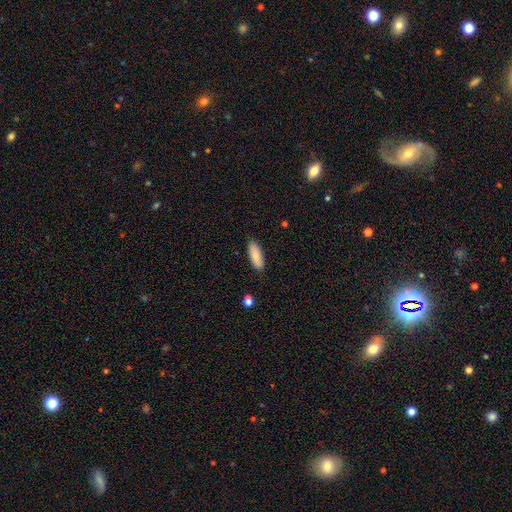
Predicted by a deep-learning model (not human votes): A smooth galaxy with no disk features (82%) that is in between round and cigar-shaped (72%).

Vote fractions:
- Smooth or featured? smooth: 82% / featured or disk: 11% / star or artifact: 6%
- How rounded? in between: 72% / cigar-shaped: 26% / round: 2%
- Merging? none: 86% / minor disturbance: 11% / major disturbance: 2% / merger: 1%